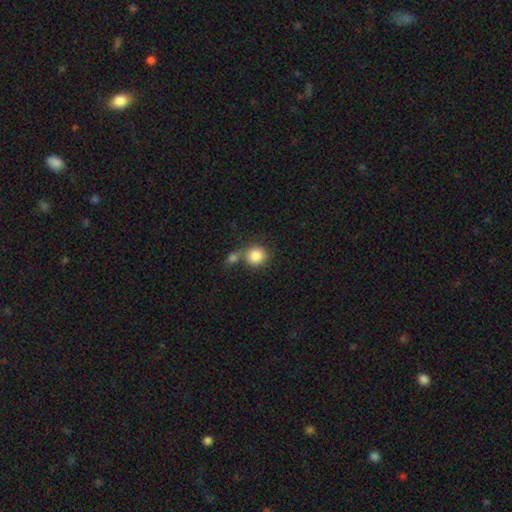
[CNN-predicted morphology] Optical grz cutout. It shows a smooth galaxy with no disk features (85%) that is round (87%). Merging: none (48%).